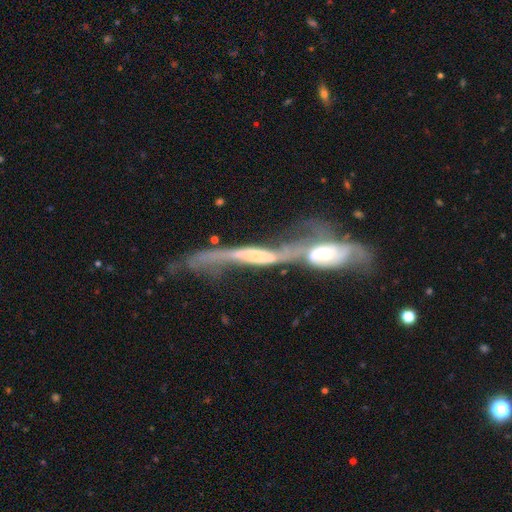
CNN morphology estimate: type=featured or disk (75%); edge-on=no (60%); merging=merger (76%).